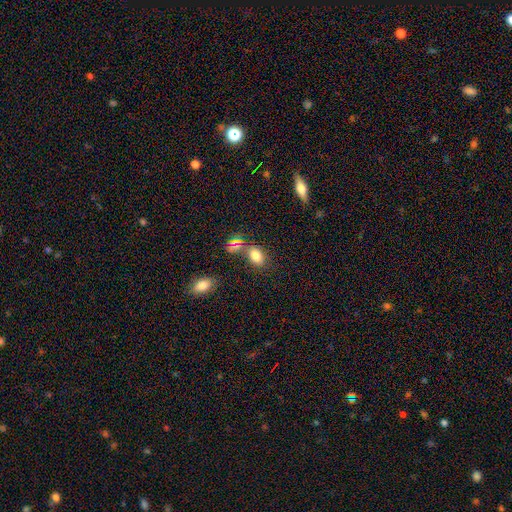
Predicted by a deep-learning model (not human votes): This appears to be a smooth galaxy with no disk features (80%) that is in between round and cigar-shaped (79%). Merging: none (68%).